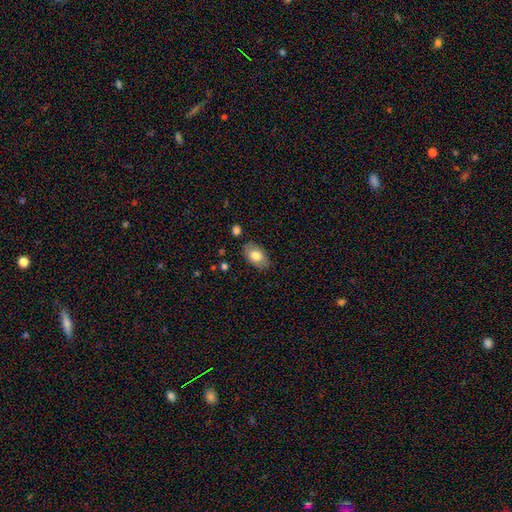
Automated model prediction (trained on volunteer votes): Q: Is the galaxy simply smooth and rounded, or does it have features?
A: smooth — 73%.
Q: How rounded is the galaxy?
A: in between — 92%.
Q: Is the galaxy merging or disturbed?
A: none — 81%.